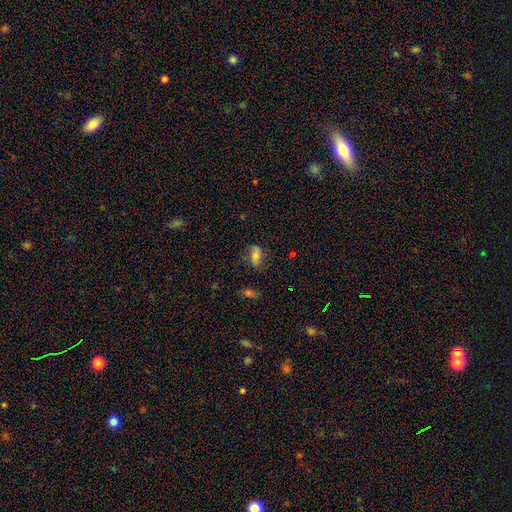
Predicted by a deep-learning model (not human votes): This appears to be a smooth galaxy with no disk features (67%) that is in between round and cigar-shaped (85%). Merging: none (66%).